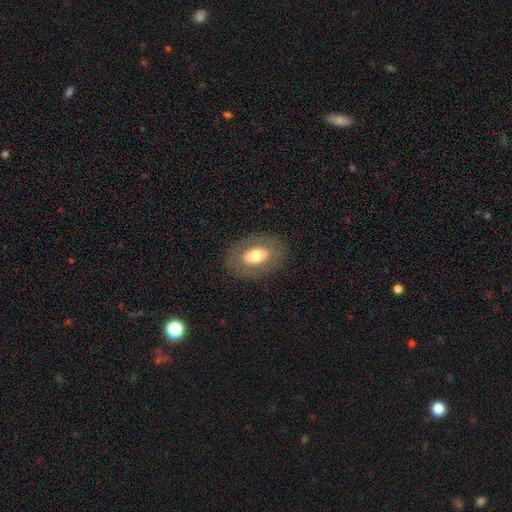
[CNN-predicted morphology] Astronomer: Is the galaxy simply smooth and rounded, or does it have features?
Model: smooth — 58% (runner-up: featured or disk, 35%).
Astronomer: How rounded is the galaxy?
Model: in between — 83%.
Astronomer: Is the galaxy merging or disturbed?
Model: none — 83%.